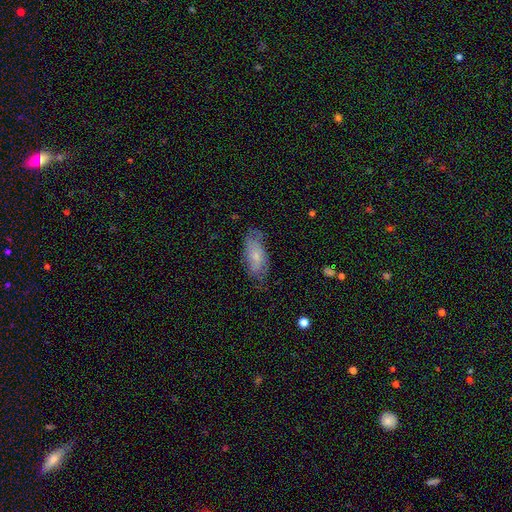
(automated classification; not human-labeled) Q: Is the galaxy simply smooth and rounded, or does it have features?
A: smooth — 53%.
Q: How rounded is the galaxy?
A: in between — 85%.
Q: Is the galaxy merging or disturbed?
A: none — 62%.